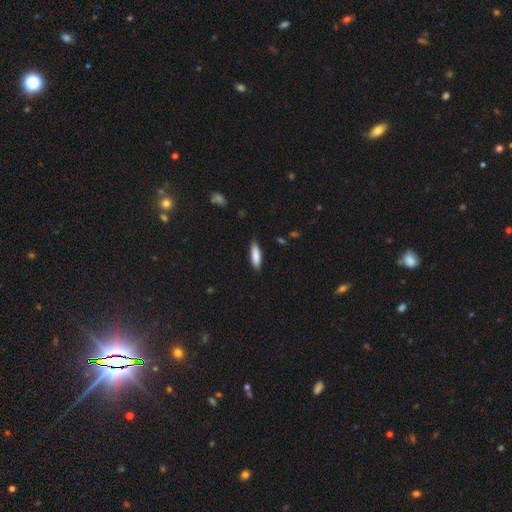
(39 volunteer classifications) smooth-or-featured: smooth: 77% | featured or disk: 15% | star or artifact: 8%
  how-rounded: cigar-shaped: 60% | in between: 40% | round: 0%
  merging: none: 72% | minor disturbance: 28% | major disturbance: 0% | merger: 0%